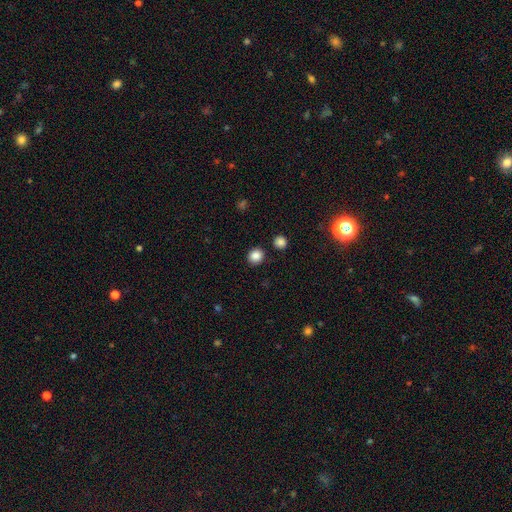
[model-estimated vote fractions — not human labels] Overall: smooth (86%). How rounded: round (84%). Merging: none (88%).